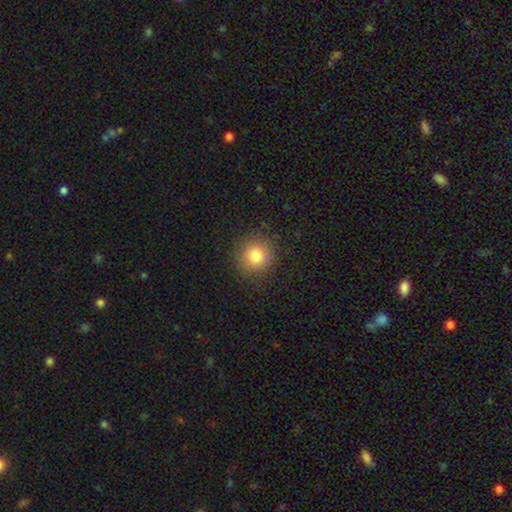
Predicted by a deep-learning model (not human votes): Smooth or featured? Predicted: smooth (p=0.80). How rounded? Predicted: round (p=0.91). Merging? Predicted: none (p=0.87).